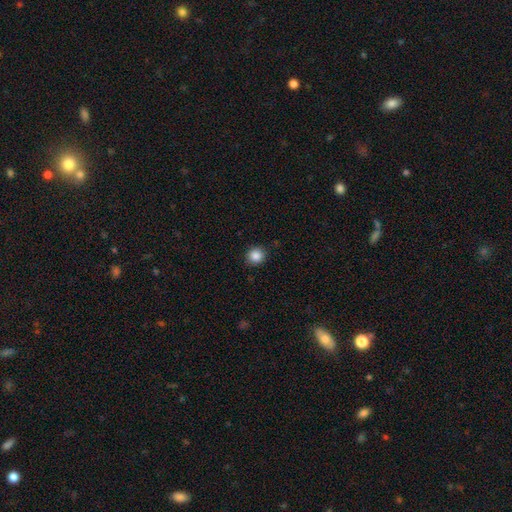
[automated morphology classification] The model was most divided on "smooth or featured": smooth: 86%, star or artifact: 10%, featured or disk: 4%. More confident: merging — none (90%); how rounded — round (90%).